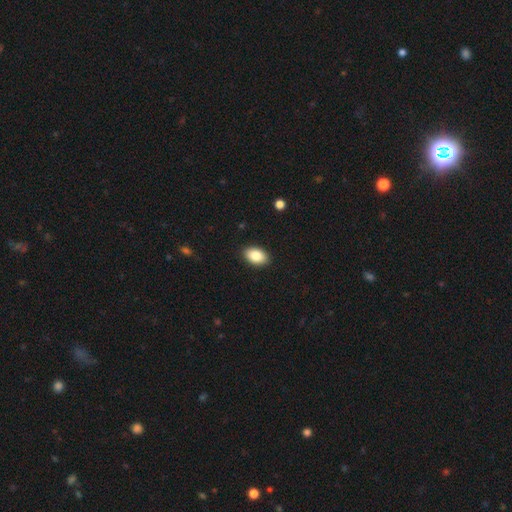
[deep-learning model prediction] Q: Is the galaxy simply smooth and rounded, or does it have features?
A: smooth — 85%.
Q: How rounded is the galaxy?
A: in between — 91%.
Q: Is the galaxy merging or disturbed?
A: none — 89%.